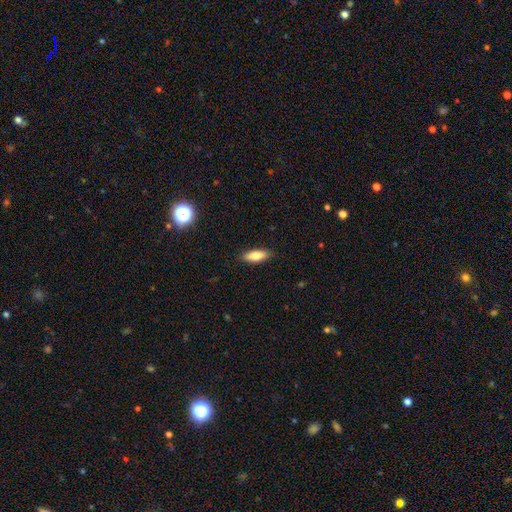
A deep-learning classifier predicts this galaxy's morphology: smooth 78%, featured or disk 16%, star or artifact 7%. Down the decision tree: how rounded — in between (66%); merging — none (88%).